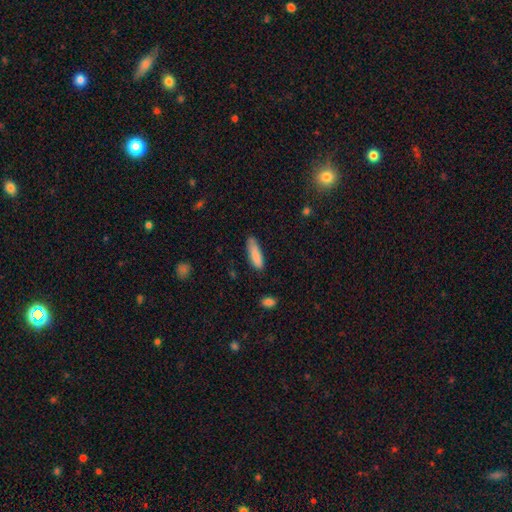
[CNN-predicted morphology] The model was most divided on "how rounded": cigar-shaped: 61%, in between: 38%, round: 1%. More confident: smooth or featured — smooth (85%); merging — none (72%).